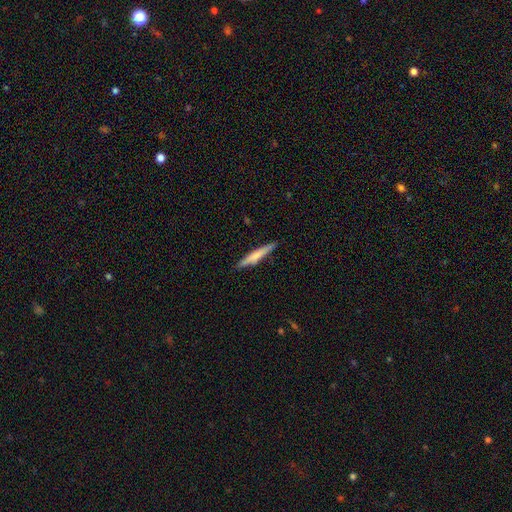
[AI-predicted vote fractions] Smooth or featured?
  - smooth: 60% *
  - featured or disk: 35%
  - star or artifact: 6%
How rounded?
  - cigar-shaped: 94% *
  - in between: 5%
  - round: 1%
Merging?
  - none: 87% *
  - minor disturbance: 10%
  - major disturbance: 2%
  - merger: 1%